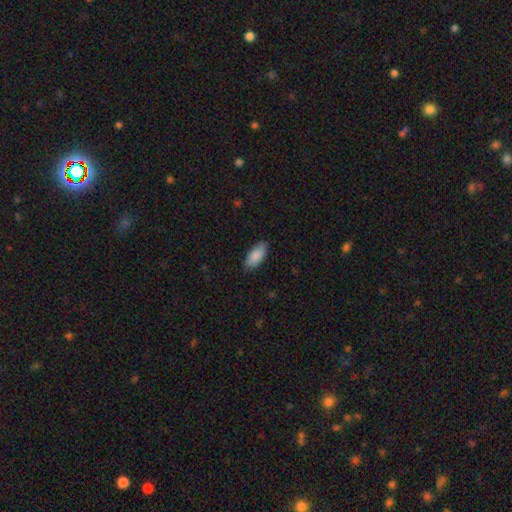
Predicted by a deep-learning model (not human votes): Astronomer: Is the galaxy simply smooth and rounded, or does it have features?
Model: smooth — 88%.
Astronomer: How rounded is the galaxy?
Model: in between — 88%.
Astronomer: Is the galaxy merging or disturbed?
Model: none — 86%.